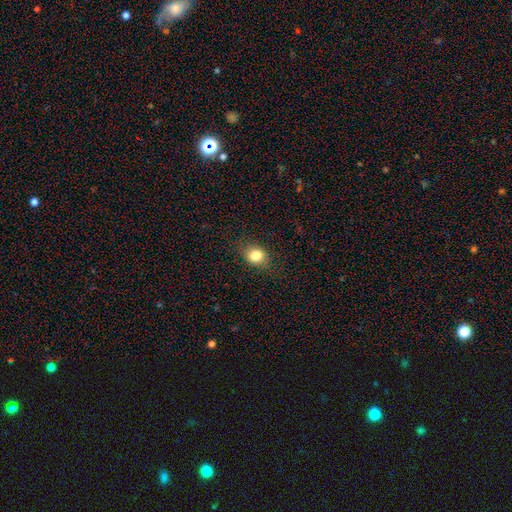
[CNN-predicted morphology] type=smooth (81%); roundness=round (55%); merging=none (82%).